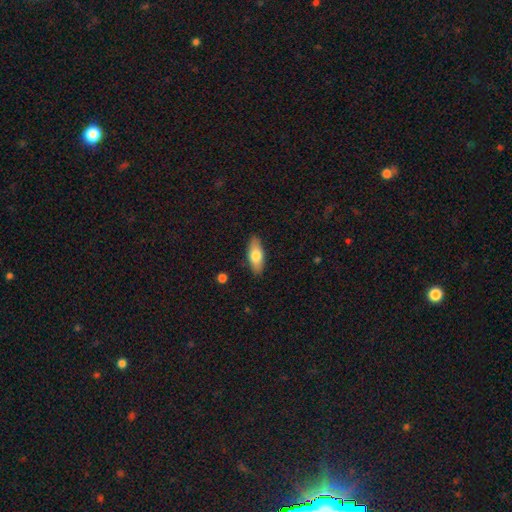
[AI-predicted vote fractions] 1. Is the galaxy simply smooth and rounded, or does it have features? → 72% smooth, 22% featured or disk, 6% star or artifact.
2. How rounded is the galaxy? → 75% in between, 23% cigar-shaped, 3% round.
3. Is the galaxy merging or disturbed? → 88% none, 9% minor disturbance, 2% major disturbance, 1% merger.